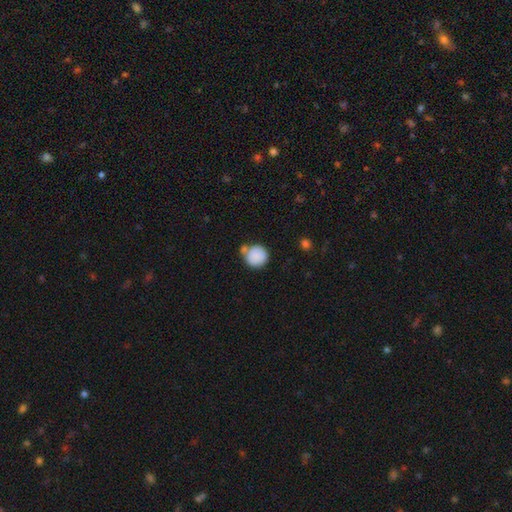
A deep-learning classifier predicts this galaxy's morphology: The model was most divided on "merging": none: 63%, merger: 19%, minor disturbance: 14%, major disturbance: 5%. More confident: how rounded — round (92%); smooth or featured — smooth (87%).